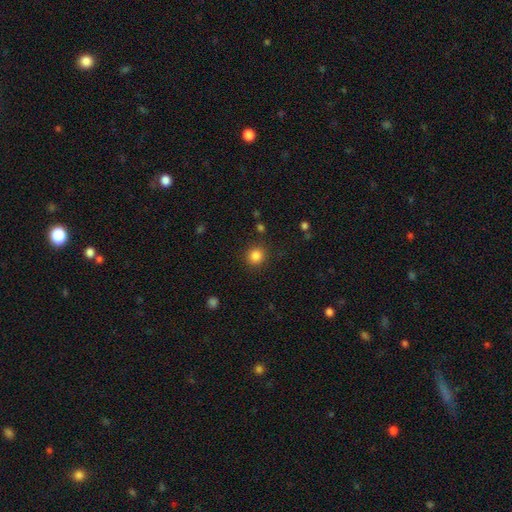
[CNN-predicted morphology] Q: Smooth or featured?
A: smooth (84%); runner-up: star or artifact (11%)
Q: How rounded?
A: round (91%); runner-up: in between (9%)
Q: Merging?
A: none (89%); runner-up: minor disturbance (6%)